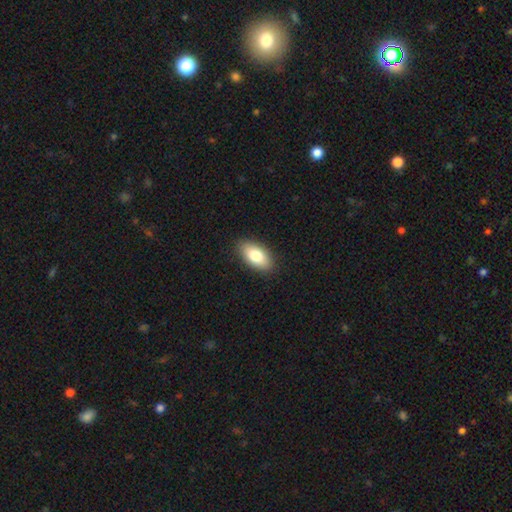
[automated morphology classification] Smooth or featured? Predicted: smooth (p=0.81). How rounded? Predicted: in between (p=0.92). Merging? Predicted: none (p=0.88).